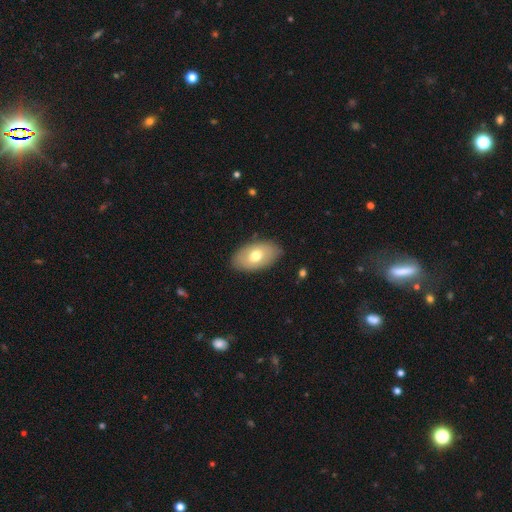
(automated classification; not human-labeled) The model was most divided on "smooth or featured": smooth: 69%, featured or disk: 25%, star or artifact: 6%. More confident: how rounded — in between (93%); merging — none (85%).